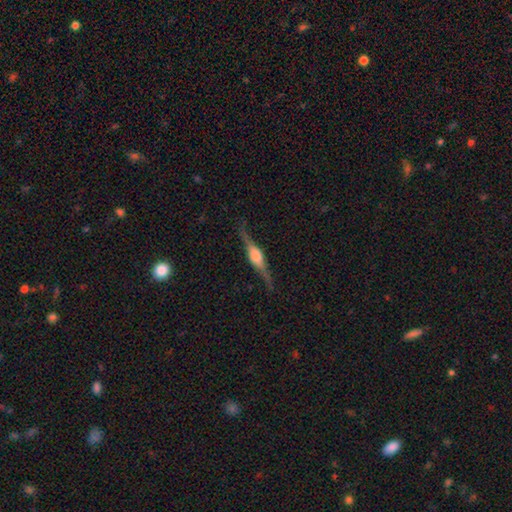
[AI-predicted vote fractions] A featured or disk galaxy (82%) viewed edge-on (97%) with a rounded central bulge (80%). Merging: none (86%).